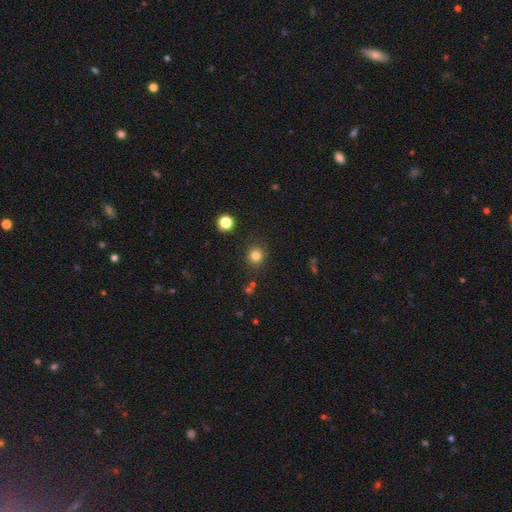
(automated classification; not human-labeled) smooth 81%, star or artifact 14%, featured or disk 5%. Down the decision tree: how rounded — round (86%); merging — none (86%).